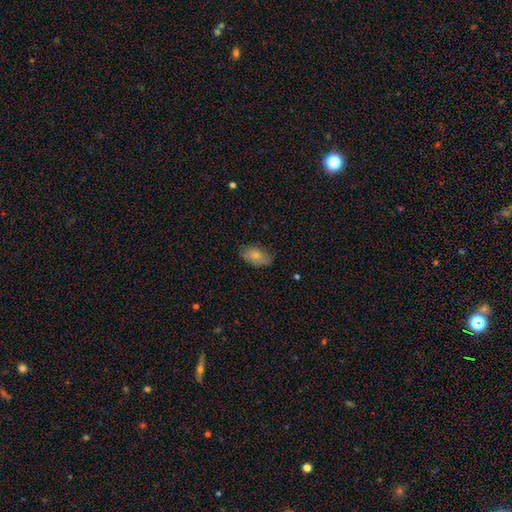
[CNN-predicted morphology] Overall: smooth (78%). How rounded: in between (93%). Merging: none (77%).